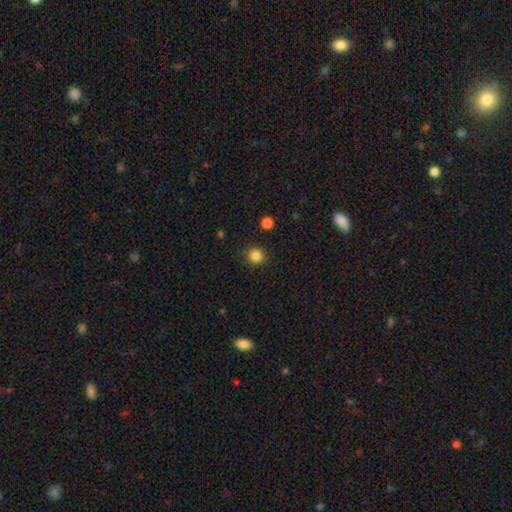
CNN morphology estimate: The model was most divided on "smooth or featured": smooth: 85%, star or artifact: 11%, featured or disk: 4%. More confident: merging — none (90%); how rounded — round (87%).